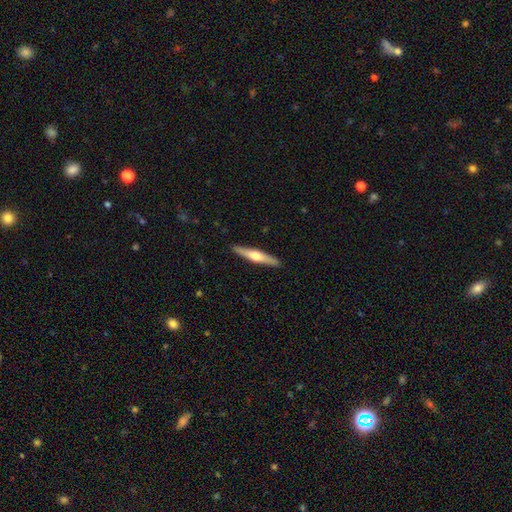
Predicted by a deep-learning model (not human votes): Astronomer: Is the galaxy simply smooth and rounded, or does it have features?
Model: featured or disk — 58% (runner-up: smooth, 37%).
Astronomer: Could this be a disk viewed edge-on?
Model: yes — 96%.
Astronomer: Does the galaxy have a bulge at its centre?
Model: rounded — 91%.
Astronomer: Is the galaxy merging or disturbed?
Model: none — 91%.